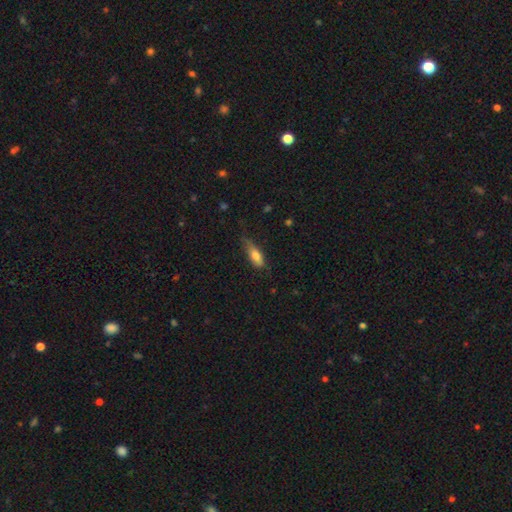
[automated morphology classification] A smooth galaxy with no disk features (73%) that is in between round and cigar-shaped (60%). Merging: none (55%).